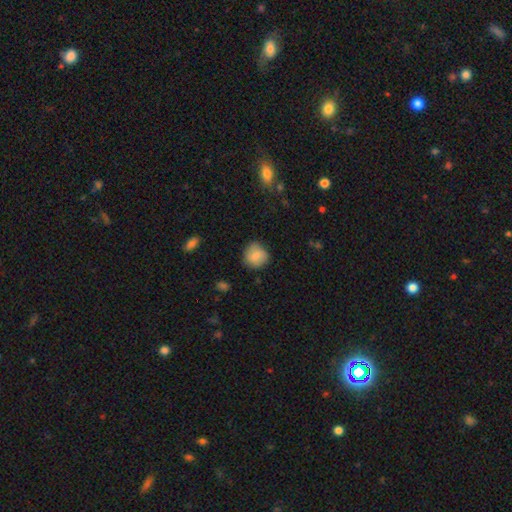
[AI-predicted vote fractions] Smooth or featured: smooth — 82% (featured or disk — 10%)
How rounded: round — 85% (in between — 14%)
Merging: none — 75% (minor disturbance — 20%)